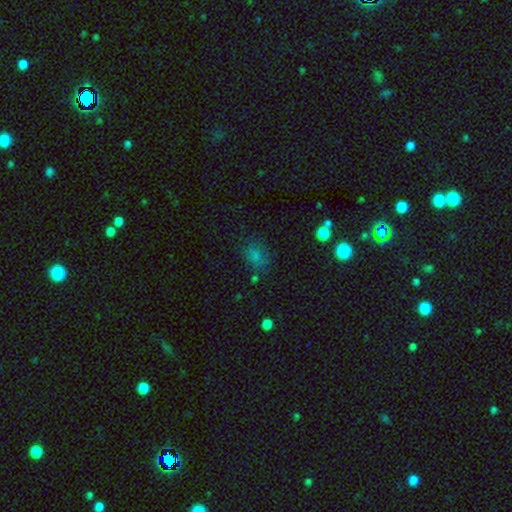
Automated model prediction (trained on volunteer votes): A smooth galaxy with no disk features (75%) that is in between round and cigar-shaped (65%). Merging: none (67%).